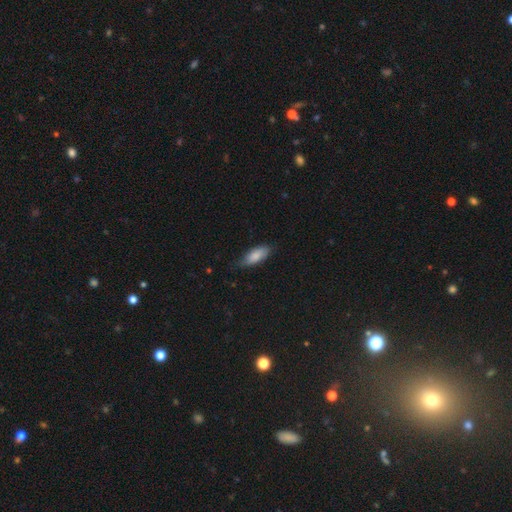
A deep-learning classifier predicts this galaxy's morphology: Smooth or featured? Predicted: smooth (p=0.83). How rounded? Predicted: in between (p=0.78). Merging? Predicted: none (p=0.68).